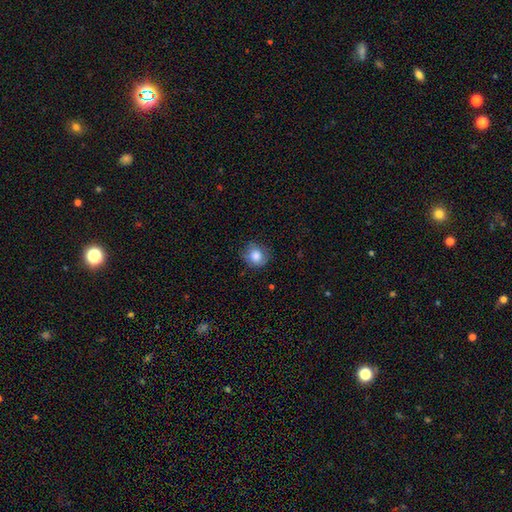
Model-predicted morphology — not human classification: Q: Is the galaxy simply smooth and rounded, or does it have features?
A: smooth — 81%.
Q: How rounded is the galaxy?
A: round — 79%.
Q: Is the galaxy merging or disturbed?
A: none — 76%.